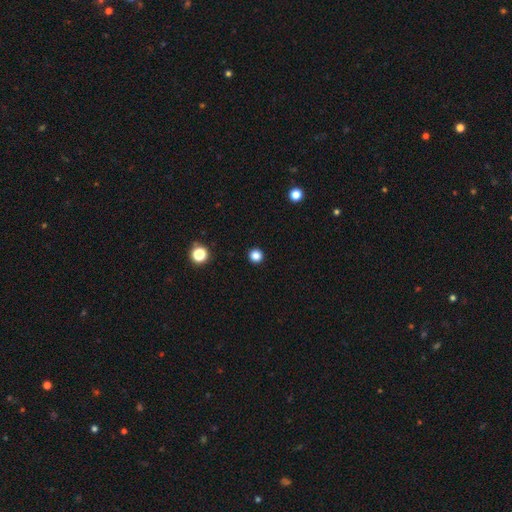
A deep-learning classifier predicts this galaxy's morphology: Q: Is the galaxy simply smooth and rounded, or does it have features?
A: smooth — 84%.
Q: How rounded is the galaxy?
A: round — 96%.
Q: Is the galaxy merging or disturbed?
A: none — 94%.